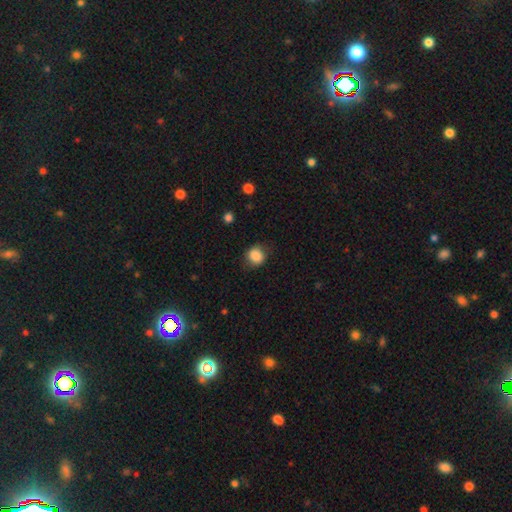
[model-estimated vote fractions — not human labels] Smooth or featured? smooth (86%)
How rounded? round (77%)
Merging? none (78%)